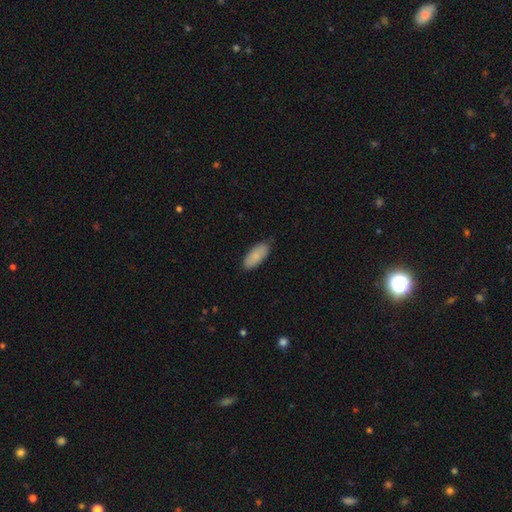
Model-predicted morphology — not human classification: This appears to be a smooth galaxy with no disk features (85%) that is in between round and cigar-shaped (88%). Merging: none (81%).